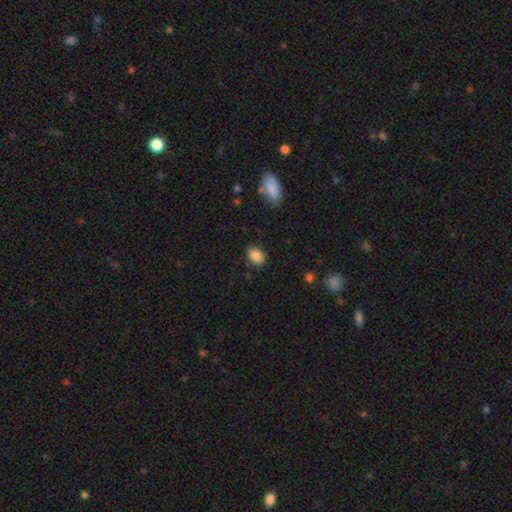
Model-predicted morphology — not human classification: smooth-or-featured: smooth: 87% | star or artifact: 8% | featured or disk: 5%
  how-rounded: in between: 80% | round: 19% | cigar-shaped: 1%
  merging: none: 84% | minor disturbance: 12% | major disturbance: 3% | merger: 1%